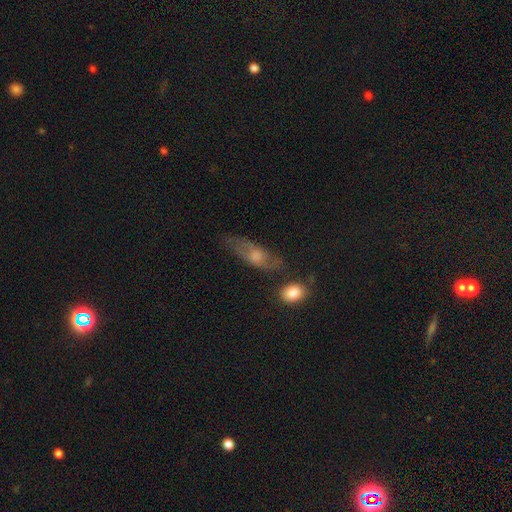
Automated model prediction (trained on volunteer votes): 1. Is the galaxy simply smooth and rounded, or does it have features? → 46% featured or disk, 42% smooth, 12% star or artifact.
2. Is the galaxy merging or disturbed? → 58% none, 24% minor disturbance, 11% major disturbance, 6% merger.